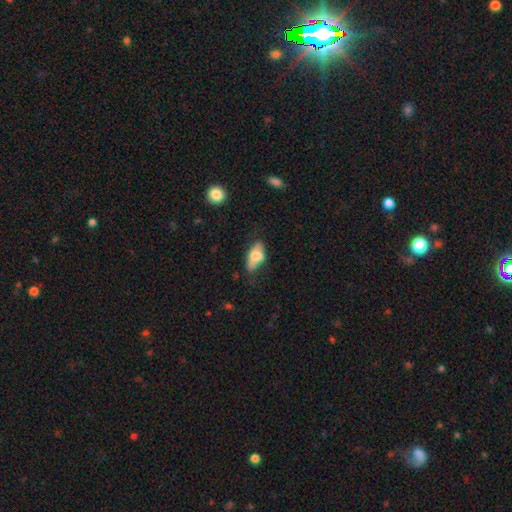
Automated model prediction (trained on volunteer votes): Q: Smooth or featured?
A: smooth (60%); runner-up: featured or disk (31%)
Q: How rounded?
A: in between (83%); runner-up: cigar-shaped (13%)
Q: Merging?
A: none (47%); runner-up: minor disturbance (31%)